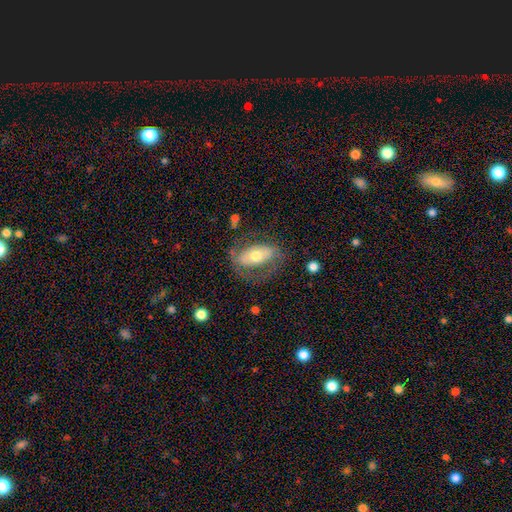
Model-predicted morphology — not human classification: A featured or disk galaxy (53%). Merging: none (61%).